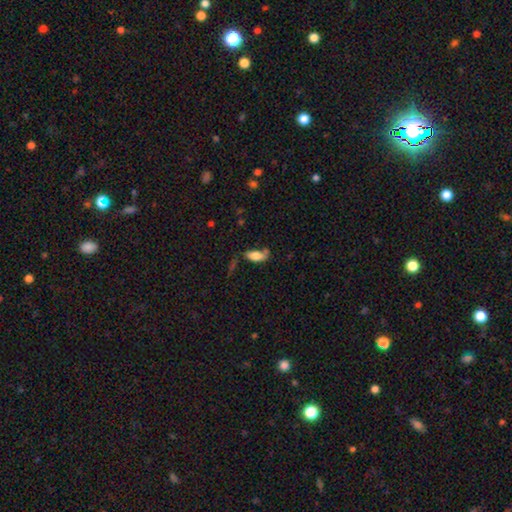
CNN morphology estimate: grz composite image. It shows a smooth galaxy with no disk features (73%) that is in between round and cigar-shaped (82%). Merging: none (59%).